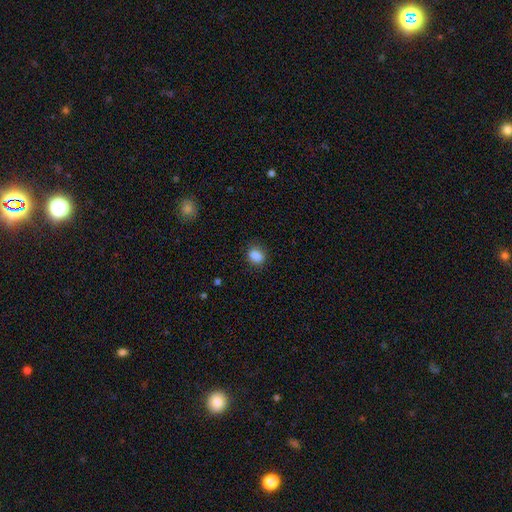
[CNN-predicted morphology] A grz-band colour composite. It shows a smooth galaxy with no disk features (86%) that is in between round and cigar-shaped (54%). Merging: none (79%).